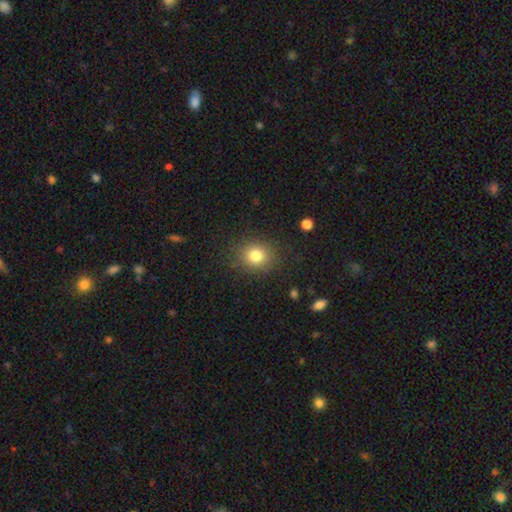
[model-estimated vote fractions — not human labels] smooth 81%, star or artifact 12%, featured or disk 8%. Down the decision tree: how rounded — round (74%); merging — none (86%).